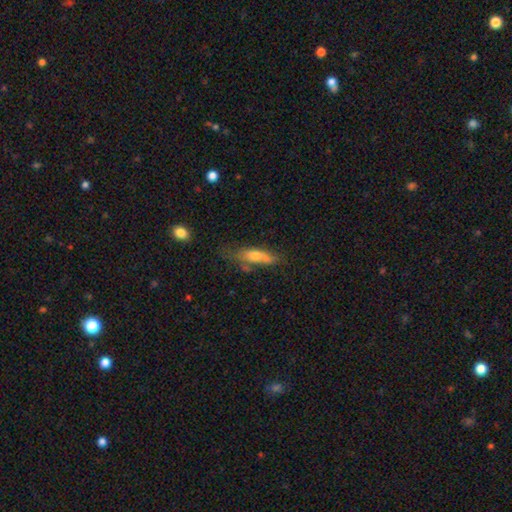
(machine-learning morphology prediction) This is possibly a smooth galaxy (57%). How rounded: possibly cigar-shaped (54%). Merging: possibly none (48%).